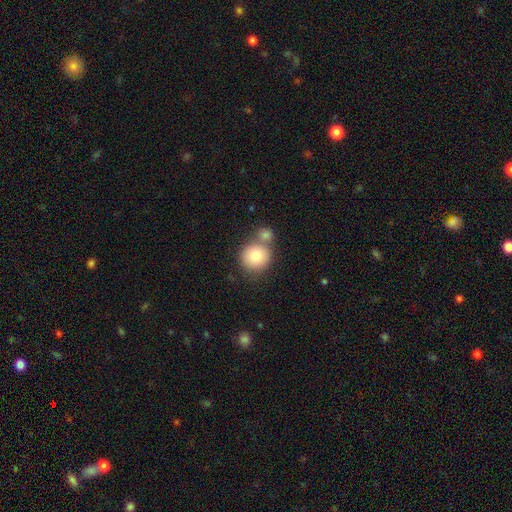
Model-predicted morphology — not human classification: Q: Smooth or featured?
A: smooth (81%); runner-up: featured or disk (10%)
Q: How rounded?
A: round (90%); runner-up: in between (9%)
Q: Merging?
A: none (53%); runner-up: merger (34%)